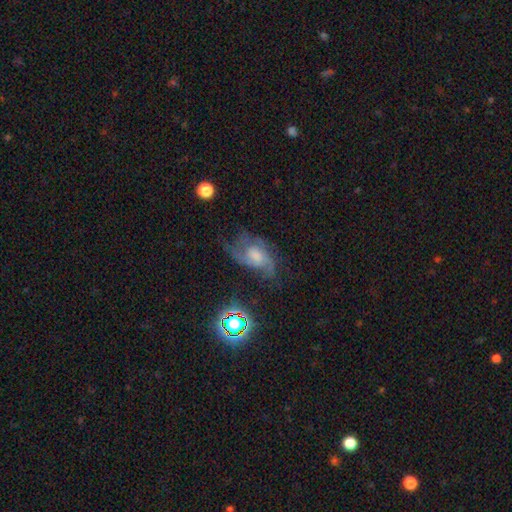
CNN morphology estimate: smooth-or-featured: featured or disk: 68% | smooth: 18% | star or artifact: 14%
  disk-edge-on: no: 96% | yes: 4%
    bar: no: 62% | weak: 32% | strong: 5%
    has-spiral-arms: yes: 89% | no: 11%
      spiral-winding: medium: 48% | loose: 29% | tight: 24%
      spiral-arm-count: 2: 40% | can't tell: 24% | 3: 20% | 1: 6% | 4: 5% | more than 4: 4%
    bulge-size: moderate: 44% | small: 27% | none: 13% | large: 13% | dominant: 2%
  merging: none: 53% | minor disturbance: 24% | major disturbance: 21% | merger: 3%